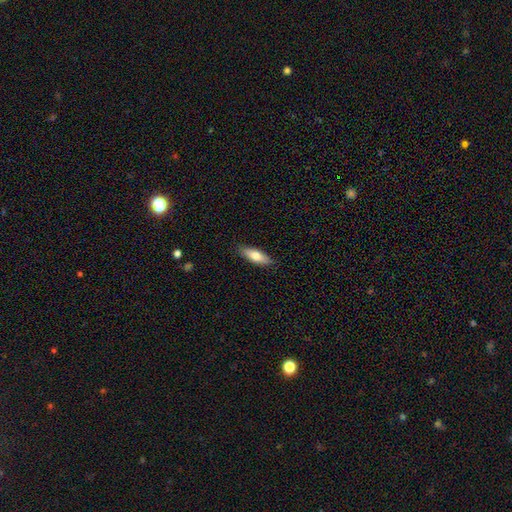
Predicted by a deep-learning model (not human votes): This appears to be a smooth galaxy with no disk features (73%) that is in between round and cigar-shaped (58%). Merging: none (88%).